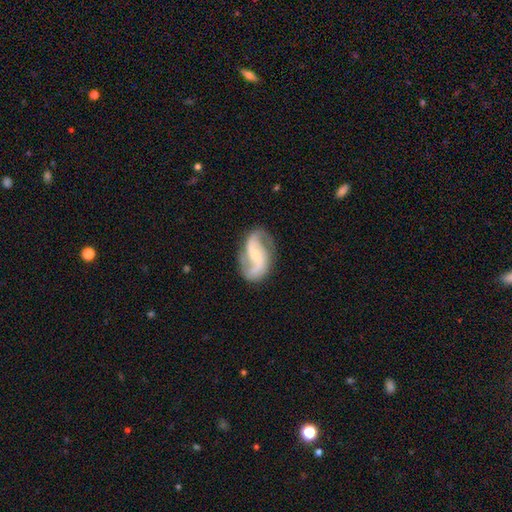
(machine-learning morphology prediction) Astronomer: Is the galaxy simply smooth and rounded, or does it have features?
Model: featured or disk — 88%.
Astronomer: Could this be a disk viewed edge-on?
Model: no — 97%.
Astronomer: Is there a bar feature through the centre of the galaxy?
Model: weak — 39% (runner-up: no, 37%).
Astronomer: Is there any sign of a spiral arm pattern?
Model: yes — 97%.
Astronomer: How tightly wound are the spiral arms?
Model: medium — 44% (runner-up: loose, 42%).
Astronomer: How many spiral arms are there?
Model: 2 — 91%.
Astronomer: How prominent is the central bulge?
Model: small — 64%.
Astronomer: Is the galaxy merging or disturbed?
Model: none — 77%.